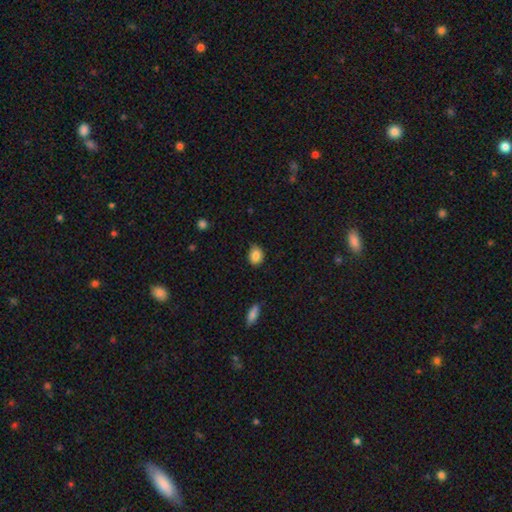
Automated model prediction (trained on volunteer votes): smooth 85%, star or artifact 9%, featured or disk 6%. Down the decision tree: how rounded — in between (55%); merging — none (77%).